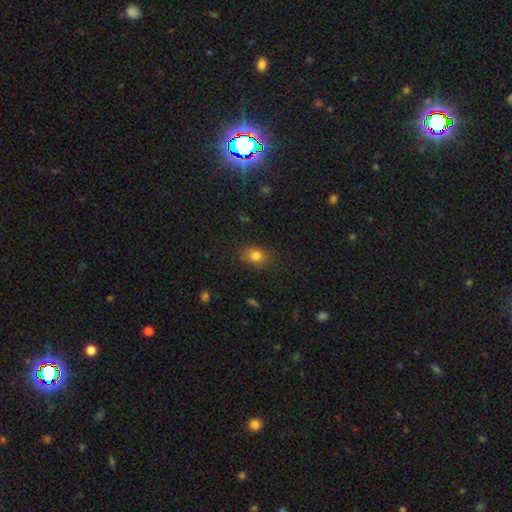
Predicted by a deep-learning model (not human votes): Q: Smooth or featured?
A: smooth (81%); runner-up: star or artifact (12%)
Q: How rounded?
A: round (50%); runner-up: in between (49%)
Q: Merging?
A: none (82%); runner-up: minor disturbance (13%)